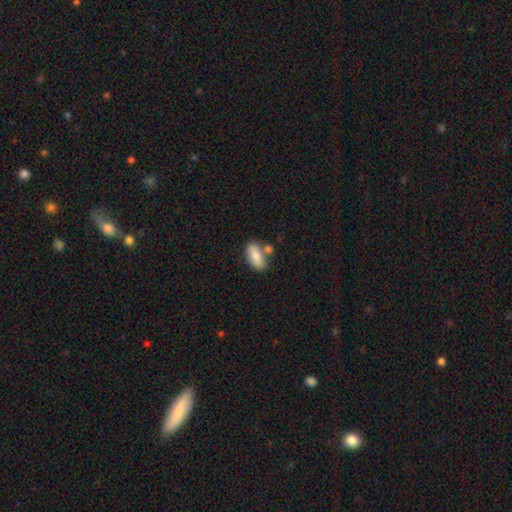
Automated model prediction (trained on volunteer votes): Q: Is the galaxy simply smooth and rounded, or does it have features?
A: smooth — 79%.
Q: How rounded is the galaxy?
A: in between — 89%.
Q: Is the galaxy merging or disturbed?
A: none — 63%.